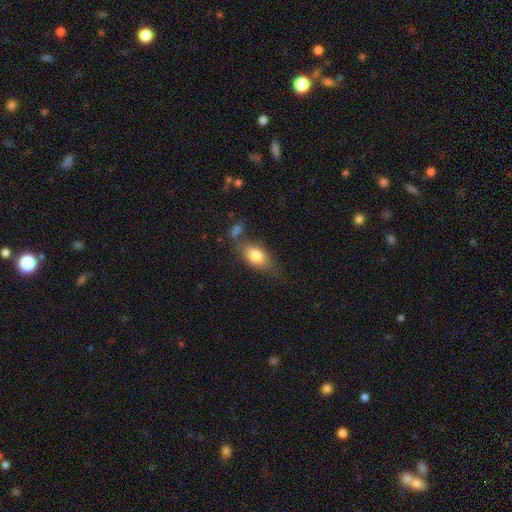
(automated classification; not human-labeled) A smooth galaxy with no disk features (77%) that is in between round and cigar-shaped (85%).

Vote fractions:
- Smooth or featured? smooth: 77% / featured or disk: 16% / star or artifact: 7%
- How rounded? in between: 85% / round: 8% / cigar-shaped: 7%
- Merging? none: 61% / minor disturbance: 21% / merger: 11% / major disturbance: 7%